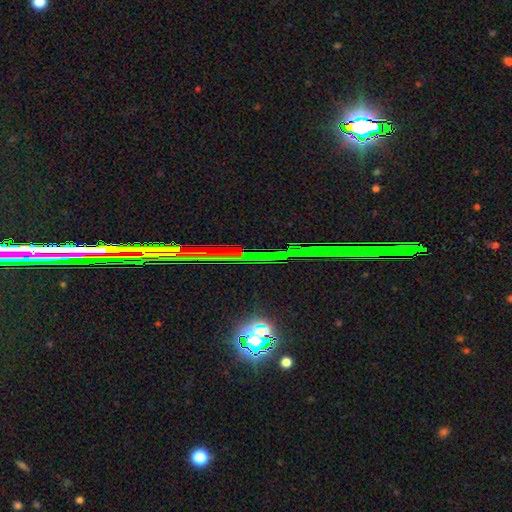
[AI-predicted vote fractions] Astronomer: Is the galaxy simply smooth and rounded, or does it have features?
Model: star or artifact — 80%.